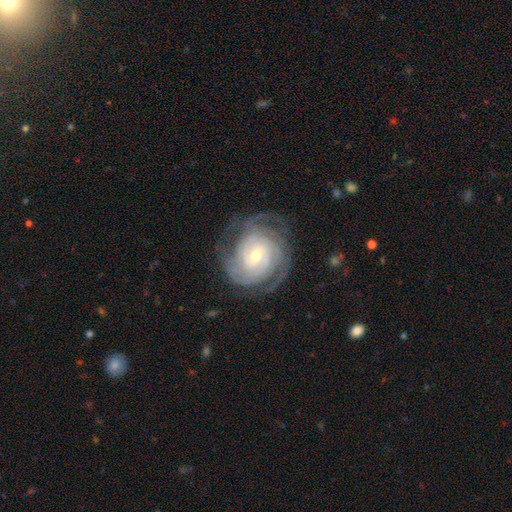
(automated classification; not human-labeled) A featured or disk galaxy (88%) with no bar (60%), tight (76%) spiral arms (97%) and a small central bulge (55%). Merging: none (74%).